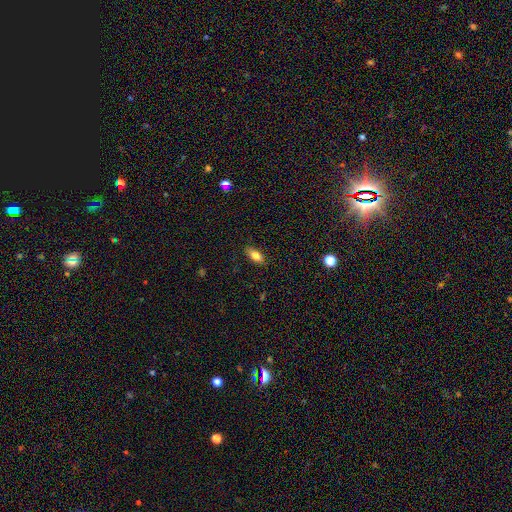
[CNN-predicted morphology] This is likely a smooth galaxy (79%). How rounded: clearly in between (85%). Merging: clearly none (86%).